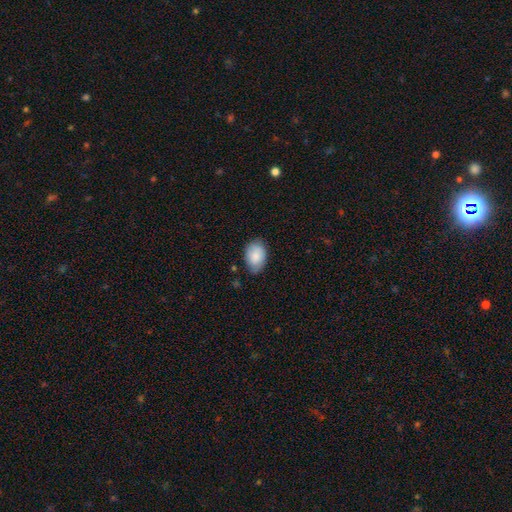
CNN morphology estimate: A smooth galaxy with no disk features (85%) that is in between round and cigar-shaped (87%).

Vote fractions:
- Smooth or featured? smooth: 85% / featured or disk: 9% / star or artifact: 6%
- How rounded? in between: 87% / round: 12% / cigar-shaped: 1%
- Merging? none: 72% / minor disturbance: 23% / major disturbance: 4% / merger: 1%